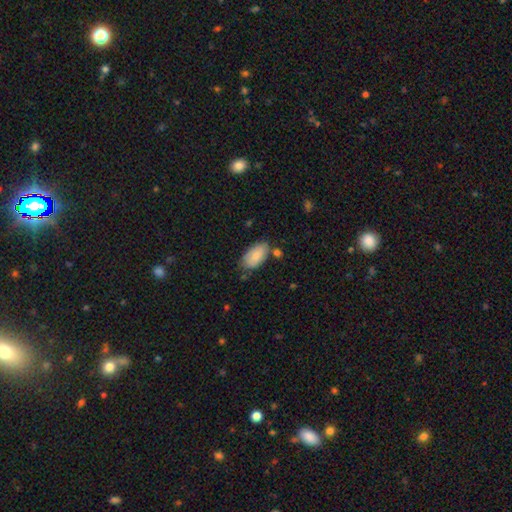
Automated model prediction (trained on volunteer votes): A smooth galaxy with no disk features (80%) that is in between round and cigar-shaped (94%). Merging: none (70%).